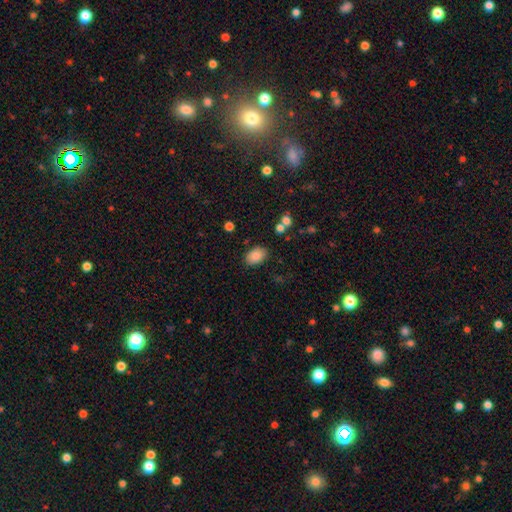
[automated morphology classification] Q: Smooth or featured?
A: smooth (86%); runner-up: star or artifact (8%)
Q: How rounded?
A: in between (85%); runner-up: round (14%)
Q: Merging?
A: none (84%); runner-up: minor disturbance (10%)